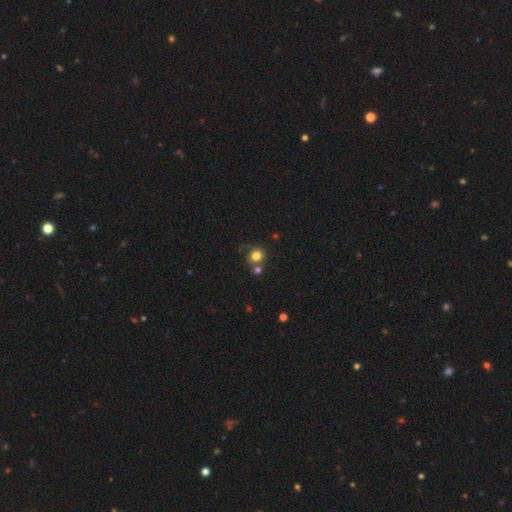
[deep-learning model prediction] Smooth or featured? smooth (81%)
How rounded? round (83%)
Merging? none (64%)